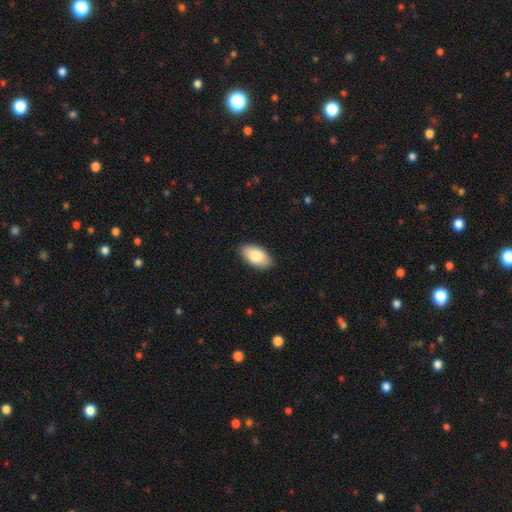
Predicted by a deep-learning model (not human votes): Smooth or featured: smooth — 84% (featured or disk — 11%)
How rounded: in between — 95% (round — 3%)
Merging: none — 86% (minor disturbance — 11%)